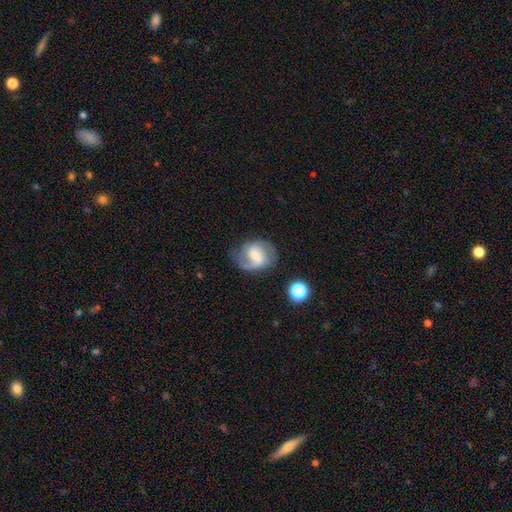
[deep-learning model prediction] Smooth or featured? Predicted: featured or disk (p=0.69). Edge-on disk? Predicted: no (p=0.98). Bar? Predicted: weak (p=0.53). Spiral arms? Predicted: yes (p=0.90). Spiral winding? Predicted: medium (p=0.49). Spiral arm count? Predicted: 2 (p=0.70). Bulge size? Predicted: moderate (p=0.40). Merging? Predicted: none (p=0.59).